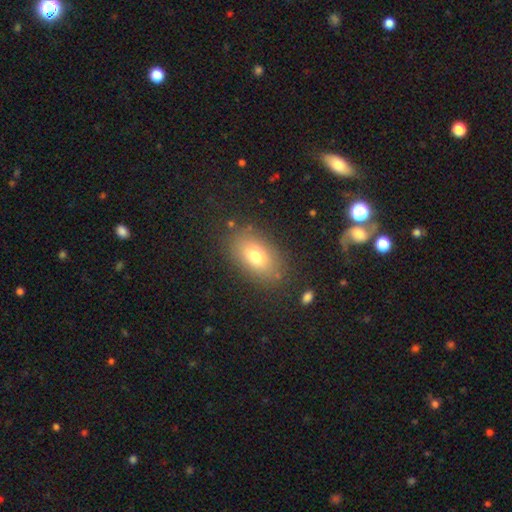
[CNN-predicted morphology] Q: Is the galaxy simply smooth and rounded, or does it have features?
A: smooth — 73%.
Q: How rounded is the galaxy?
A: in between — 86%.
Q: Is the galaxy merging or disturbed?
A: none — 82%.